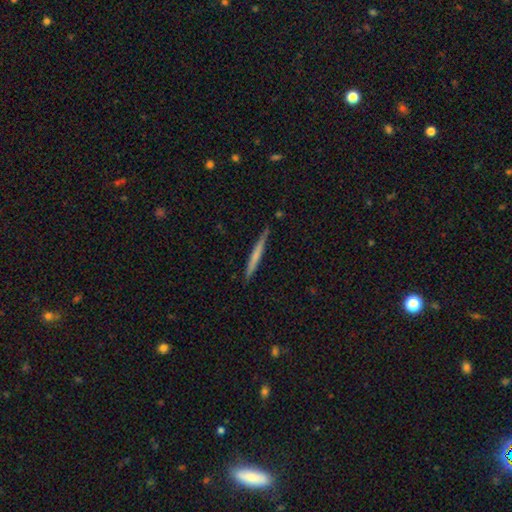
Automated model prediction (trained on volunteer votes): Smooth or featured? smooth (56%)
How rounded? cigar-shaped (96%)
Merging? none (86%)